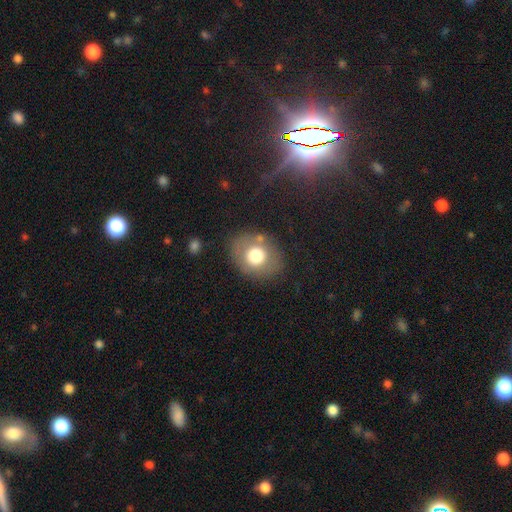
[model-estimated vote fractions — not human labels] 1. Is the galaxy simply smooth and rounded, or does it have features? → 67% smooth, 23% featured or disk, 9% star or artifact.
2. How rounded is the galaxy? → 60% round, 39% in between, 1% cigar-shaped.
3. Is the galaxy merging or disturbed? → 76% none, 14% minor disturbance, 6% major disturbance, 4% merger.